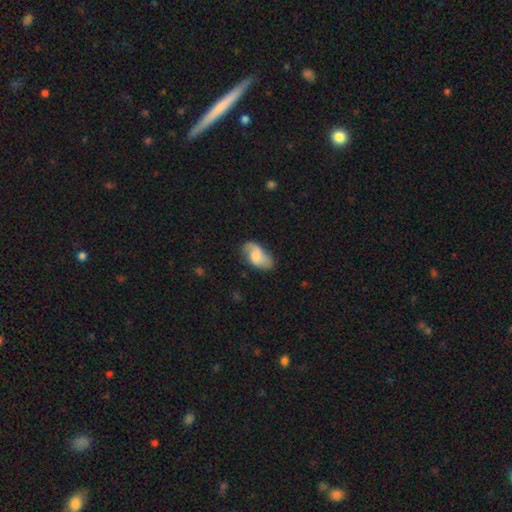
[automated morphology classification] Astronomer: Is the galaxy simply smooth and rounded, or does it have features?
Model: smooth — 51% (runner-up: featured or disk, 42%).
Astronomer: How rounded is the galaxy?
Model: in between — 93%.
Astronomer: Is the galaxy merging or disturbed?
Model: none — 60%.